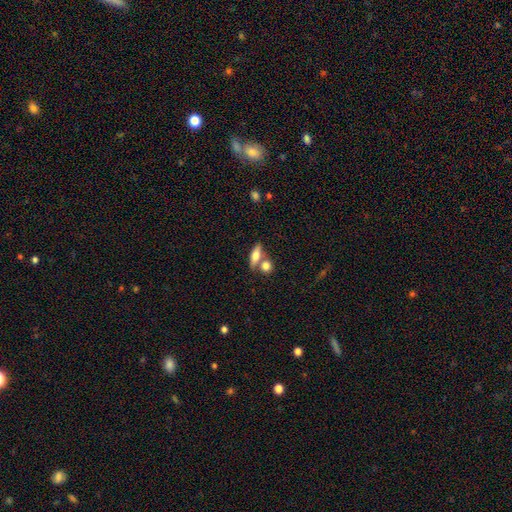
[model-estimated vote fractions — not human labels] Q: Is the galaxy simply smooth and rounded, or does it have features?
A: smooth — 58%.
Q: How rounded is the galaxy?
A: in between — 55%.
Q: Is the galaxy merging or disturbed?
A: none — 56%.